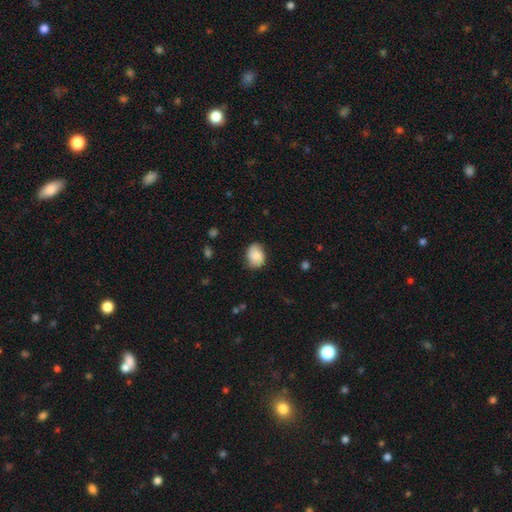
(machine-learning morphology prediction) Smooth or featured? smooth (75%)
How rounded? in between (60%)
Merging? none (74%)